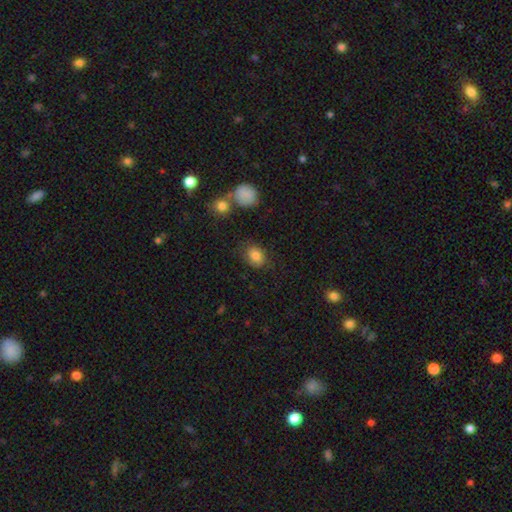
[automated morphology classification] This is clearly a smooth galaxy (82%). How rounded: likely in between (67%). Merging: likely none (74%).